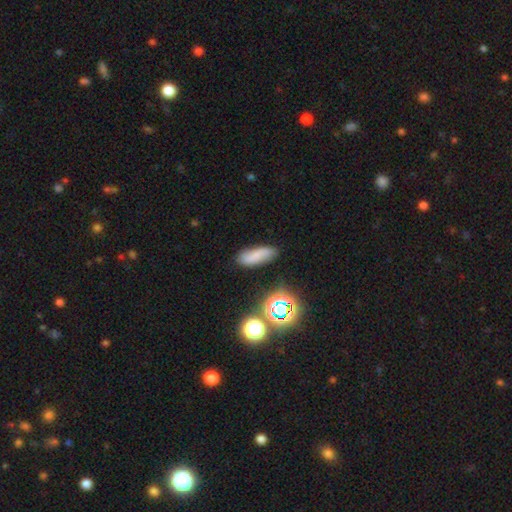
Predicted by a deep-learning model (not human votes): Smooth or featured: smooth — 72% (star or artifact — 16%)
How rounded: in between — 55% (cigar-shaped — 40%)
Merging: none — 81% (minor disturbance — 12%)